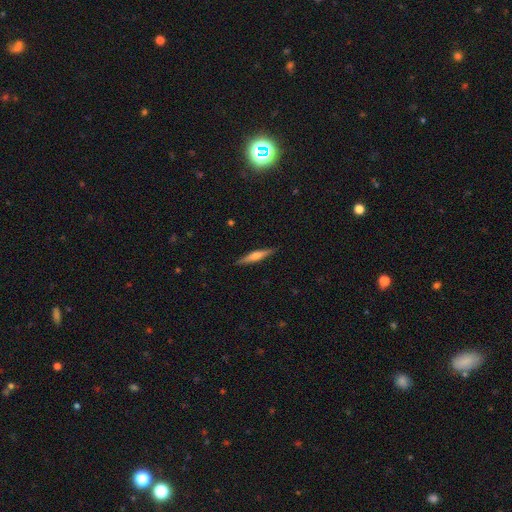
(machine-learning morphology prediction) smooth_or_featured: featured or disk (p=0.48) [alt: smooth p=0.46]
merging: none (p=0.90) [alt: minor disturbance p=0.08]